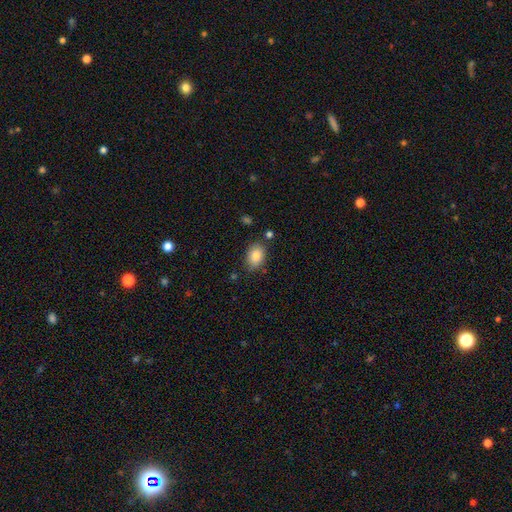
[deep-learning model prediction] Smooth or featured? Predicted: smooth (p=0.86). How rounded? Predicted: in between (p=0.83). Merging? Predicted: none (p=0.79).